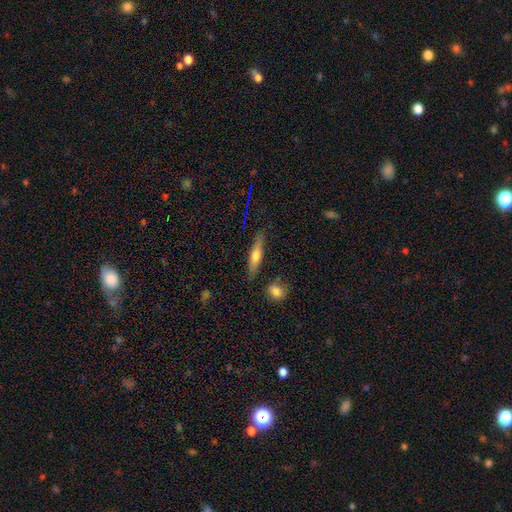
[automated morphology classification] Q: Smooth or featured?
A: smooth (55%); runner-up: featured or disk (37%)
Q: How rounded?
A: cigar-shaped (77%); runner-up: in between (20%)
Q: Merging?
A: none (82%); runner-up: minor disturbance (11%)